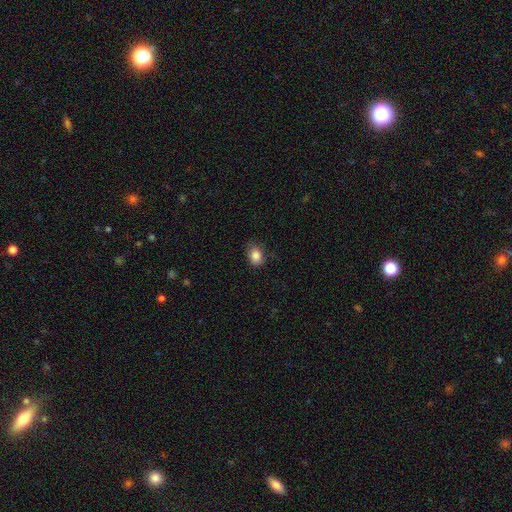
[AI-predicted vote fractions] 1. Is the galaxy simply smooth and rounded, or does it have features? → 86% smooth, 9% star or artifact, 5% featured or disk.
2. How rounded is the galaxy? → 65% in between, 34% round, 1% cigar-shaped.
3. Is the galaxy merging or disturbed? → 74% none, 20% minor disturbance, 4% major disturbance, 1% merger.